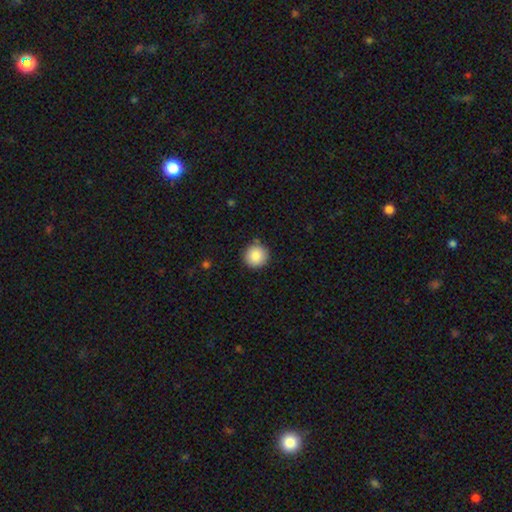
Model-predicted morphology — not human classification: smooth-or-featured: smooth: 87% | star or artifact: 8% | featured or disk: 5%
  how-rounded: round: 95% | in between: 4% | cigar-shaped: 1%
  merging: none: 89% | minor disturbance: 7% | major disturbance: 2% | merger: 2%